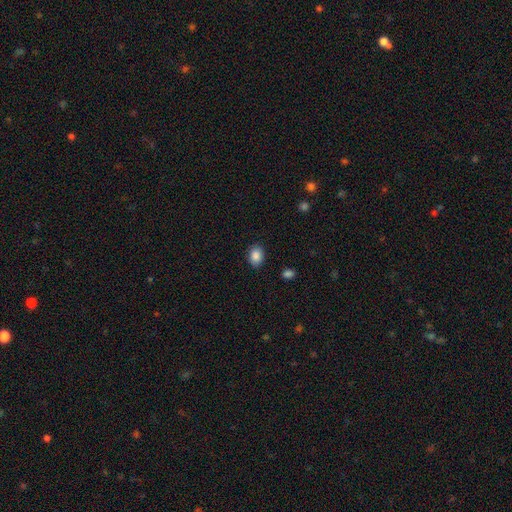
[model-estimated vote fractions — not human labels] Smooth or featured?
  - smooth: 88% *
  - star or artifact: 8%
  - featured or disk: 4%
How rounded?
  - in between: 68% *
  - round: 31%
  - cigar-shaped: 1%
Merging?
  - none: 86% *
  - minor disturbance: 10%
  - major disturbance: 3%
  - merger: 1%